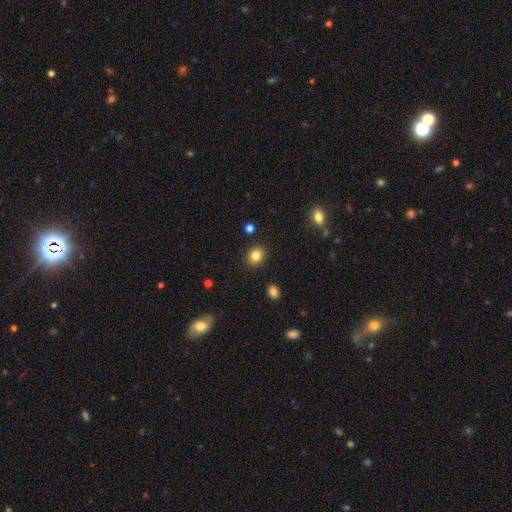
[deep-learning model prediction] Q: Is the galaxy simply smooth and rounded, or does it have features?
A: smooth — 83%.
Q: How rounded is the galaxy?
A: round — 65%.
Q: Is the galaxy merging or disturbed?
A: none — 89%.